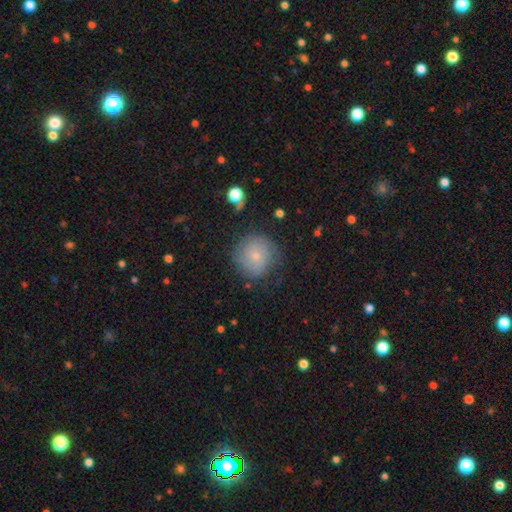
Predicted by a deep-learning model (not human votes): smooth 56%, featured or disk 35%, star or artifact 9%. Down the decision tree: how rounded — round (92%); merging — none (72%).